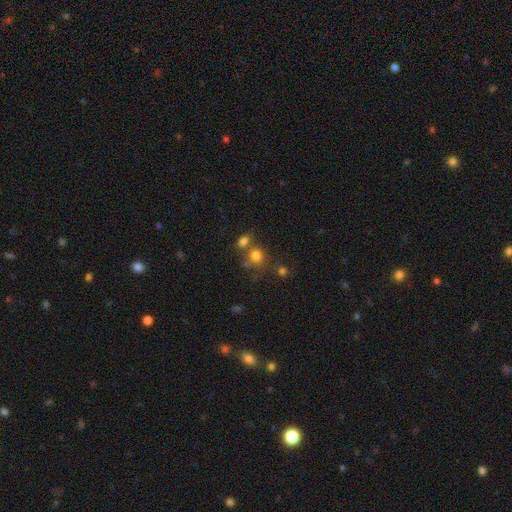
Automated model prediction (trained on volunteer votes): Q: Smooth or featured?
A: smooth (76%); runner-up: star or artifact (15%)
Q: How rounded?
A: round (78%); runner-up: in between (21%)
Q: Merging?
A: none (52%); runner-up: merger (30%)